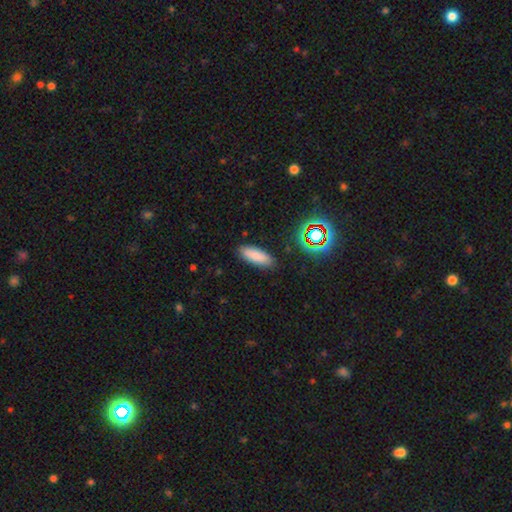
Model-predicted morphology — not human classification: type=smooth (82%); roundness=in between (66%); merging=none (88%).